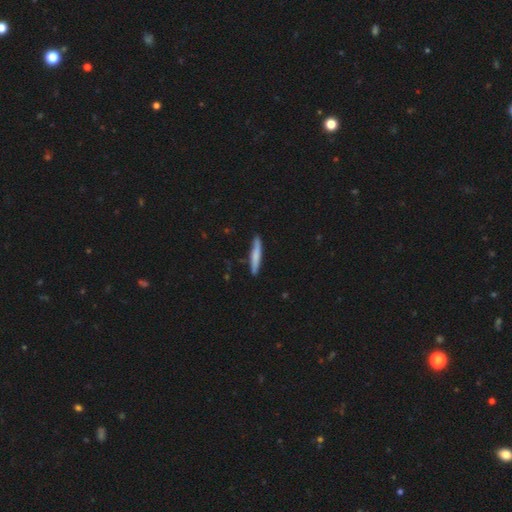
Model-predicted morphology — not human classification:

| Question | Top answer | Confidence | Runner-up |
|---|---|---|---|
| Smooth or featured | smooth | 72% | featured or disk (22%) |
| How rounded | cigar-shaped | 93% | in between (6%) |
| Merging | none | 85% | minor disturbance (12%) |